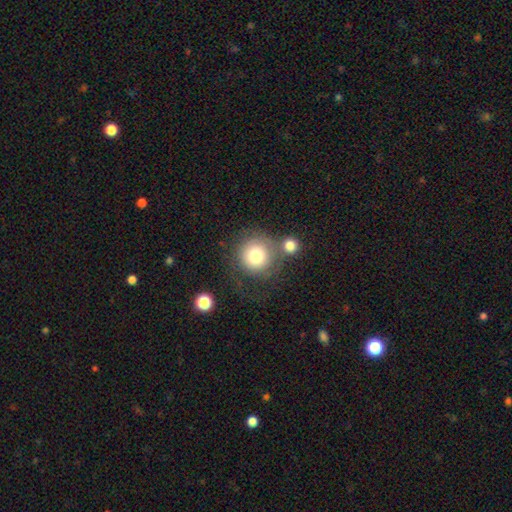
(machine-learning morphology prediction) The model was most divided on "merging": none: 54%, merger: 22%, minor disturbance: 13%, major disturbance: 11%. More confident: how rounded — round (93%); smooth or featured — smooth (76%).